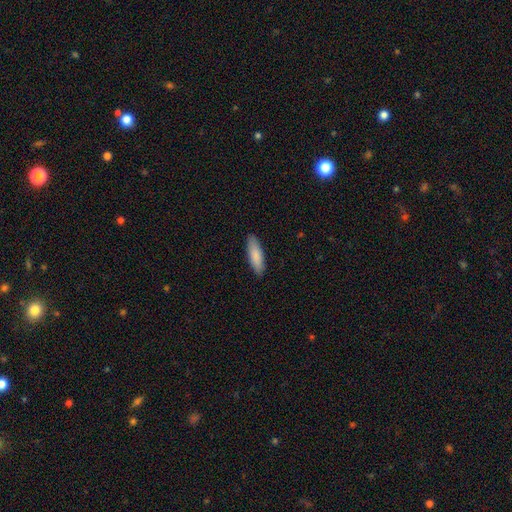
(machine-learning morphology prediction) smooth 86%, featured or disk 9%, star or artifact 5%. Down the decision tree: how rounded — cigar-shaped (51%); merging — none (89%).